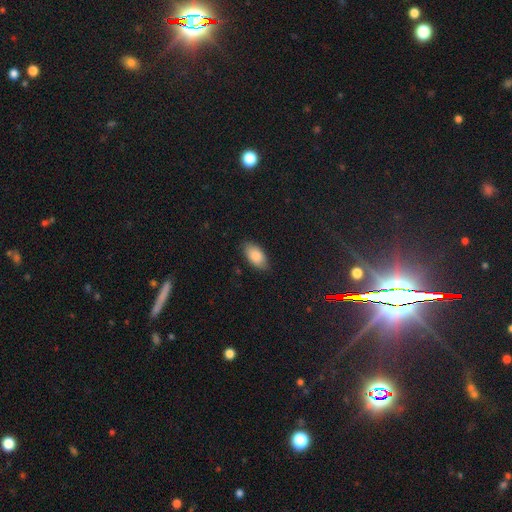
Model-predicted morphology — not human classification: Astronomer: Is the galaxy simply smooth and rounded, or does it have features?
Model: smooth — 87%.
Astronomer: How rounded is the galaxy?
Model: in between — 94%.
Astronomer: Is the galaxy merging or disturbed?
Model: none — 83%.